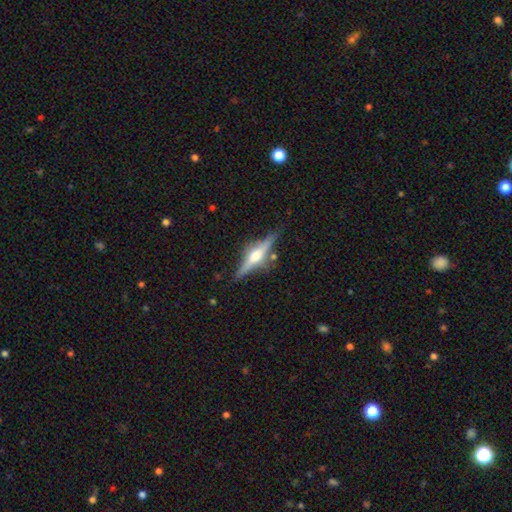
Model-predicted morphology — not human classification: smooth-or-featured: featured or disk: 75% | smooth: 18% | star or artifact: 7%
  disk-edge-on: yes: 97% | no: 3%
    edge-on-bulge: rounded: 91% | boxy: 6% | none: 2%
  merging: none: 81% | minor disturbance: 13% | major disturbance: 3% | merger: 3%